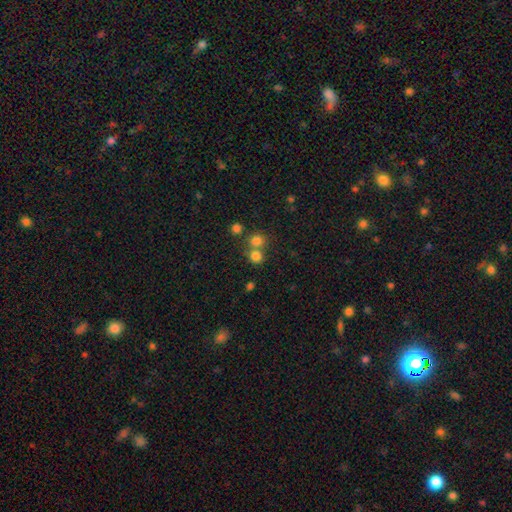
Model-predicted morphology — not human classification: The model was most divided on "merging": none: 54%, merger: 37%, minor disturbance: 6%, major disturbance: 3%. More confident: how rounded — round (85%); smooth or featured — smooth (77%).